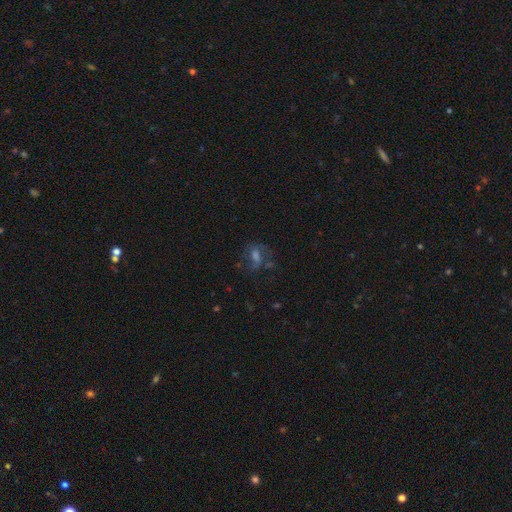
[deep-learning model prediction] A featured or disk galaxy (44%). Merging: none (52%).